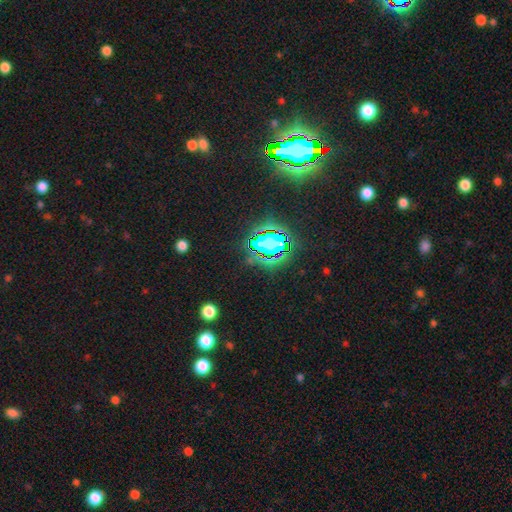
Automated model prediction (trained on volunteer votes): star or artifact 79%, smooth 13%, featured or disk 8%.